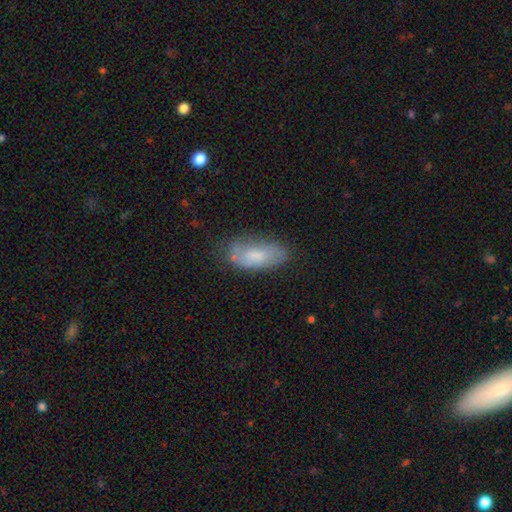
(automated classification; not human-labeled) A smooth galaxy with no disk features (71%) that is in between round and cigar-shaped (86%).

Vote fractions:
- Smooth or featured? smooth: 71% / featured or disk: 22% / star or artifact: 7%
- How rounded? in between: 86% / cigar-shaped: 11% / round: 2%
- Merging? none: 55% / minor disturbance: 29% / major disturbance: 10% / merger: 6%